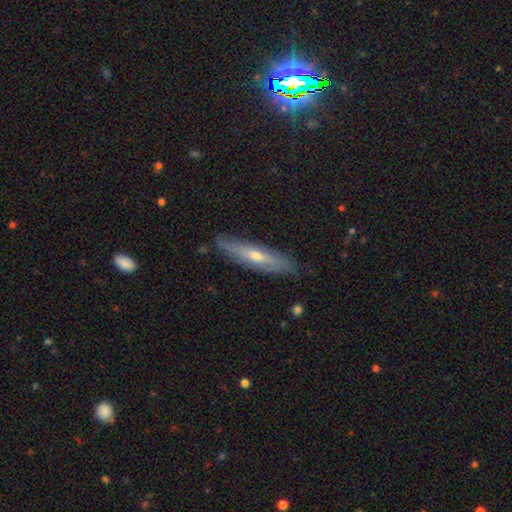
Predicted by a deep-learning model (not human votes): smooth_or_featured: featured or disk (p=0.55) [alt: smooth p=0.37]
disk_edge_on: yes (p=0.77) [alt: no p=0.23]
merging: none (p=0.84) [alt: minor disturbance p=0.12]